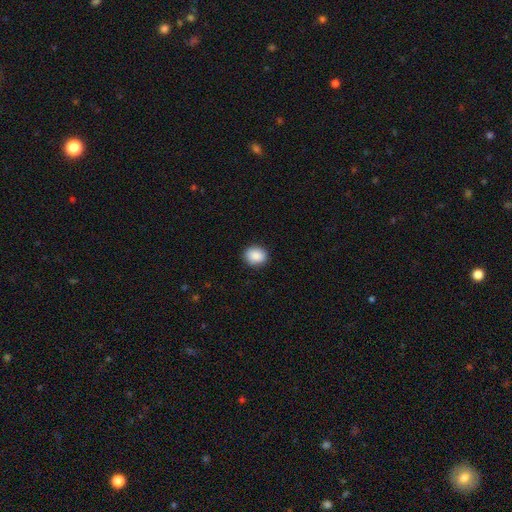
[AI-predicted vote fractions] smooth 89%, star or artifact 8%, featured or disk 3%. Down the decision tree: how rounded — round (55%); merging — none (89%).